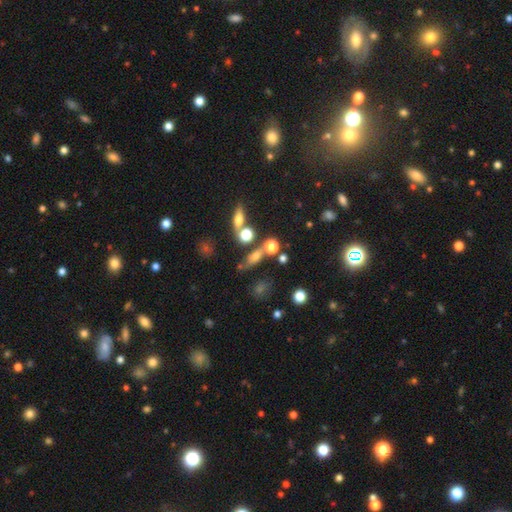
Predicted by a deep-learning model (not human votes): smooth 60%, star or artifact 21%, featured or disk 19%. Down the decision tree: how rounded — in between (47%); merging — none (55%).